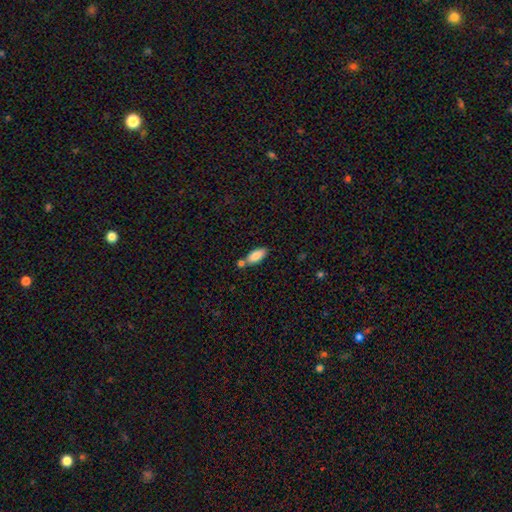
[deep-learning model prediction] The model was most divided on "merging": none: 62%, merger: 21%, minor disturbance: 14%, major disturbance: 3%. More confident: smooth or featured — smooth (85%); how rounded — in between (83%).